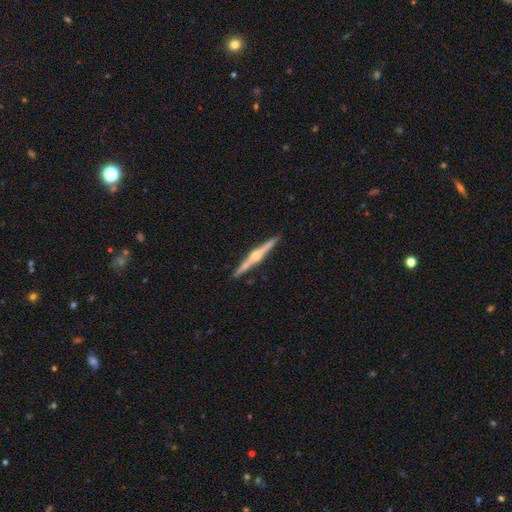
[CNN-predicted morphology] The model was most divided on "smooth or featured": featured or disk: 84%, smooth: 11%, star or artifact: 5%. More confident: edge-on disk — yes (99%); edge-on bulge — rounded (91%); merging — none (91%).